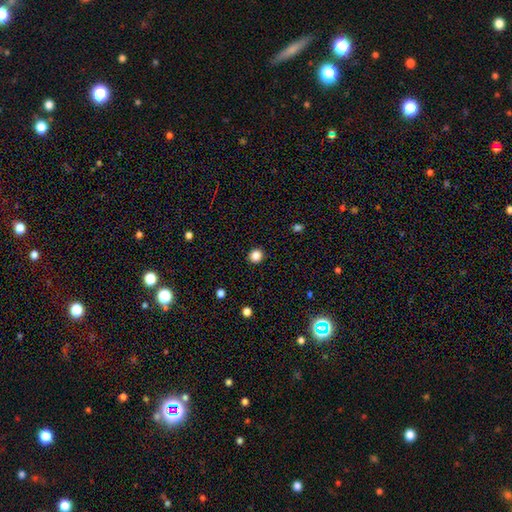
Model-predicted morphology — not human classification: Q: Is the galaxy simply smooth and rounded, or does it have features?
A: smooth — 85%.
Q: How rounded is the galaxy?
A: round — 90%.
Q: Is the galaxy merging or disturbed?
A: none — 92%.